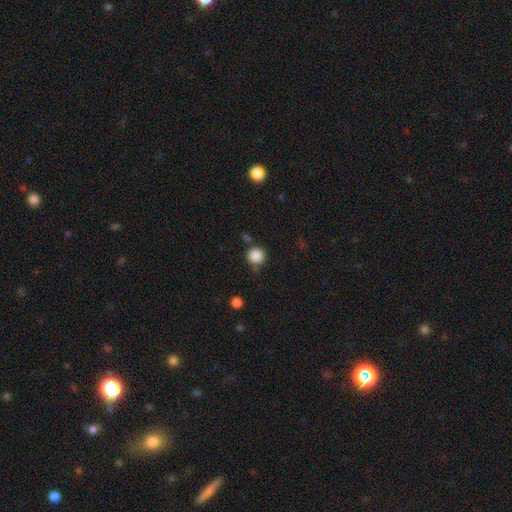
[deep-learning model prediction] Smooth or featured?
  - smooth: 86% *
  - star or artifact: 10%
  - featured or disk: 4%
How rounded?
  - round: 94% *
  - in between: 5%
  - cigar-shaped: 1%
Merging?
  - none: 73% *
  - minor disturbance: 16%
  - merger: 6%
  - major disturbance: 5%